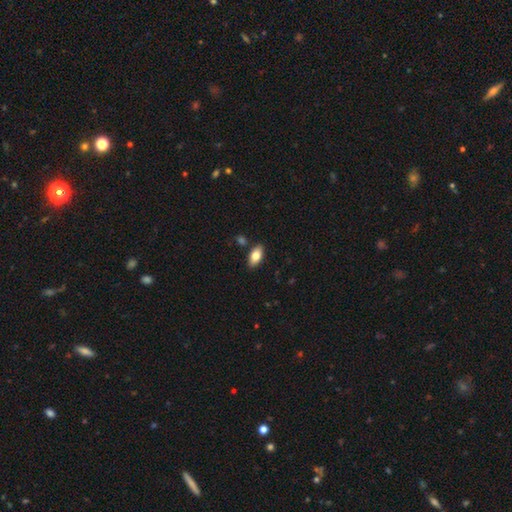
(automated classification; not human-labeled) Smooth or featured? smooth (78%)
How rounded? in between (90%)
Merging? none (86%)